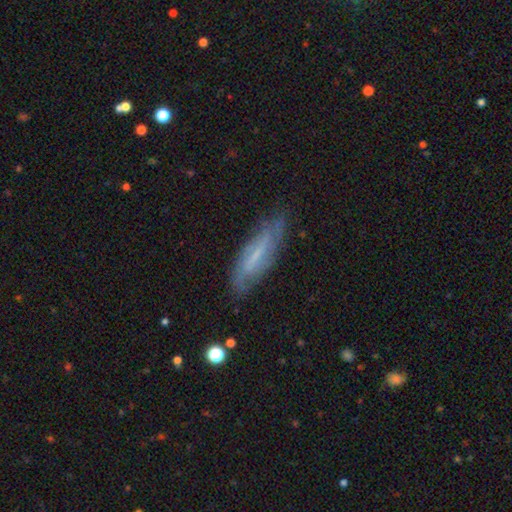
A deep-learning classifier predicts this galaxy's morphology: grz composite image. It shows a featured or disk galaxy (58%). Merging: none (75%).